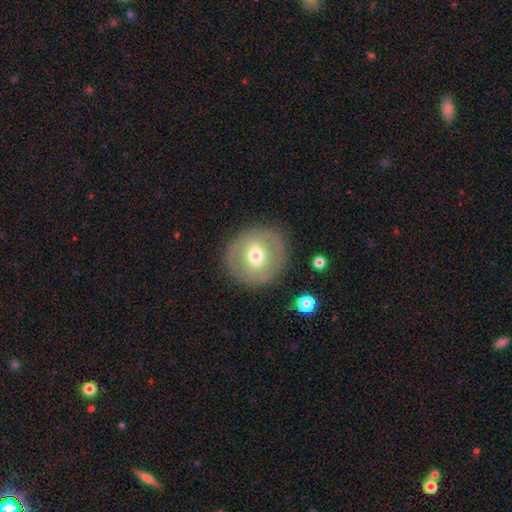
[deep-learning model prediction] The model was most divided on "smooth or featured": featured or disk: 48%, smooth: 45%, star or artifact: 7%. More confident: merging — none (86%).